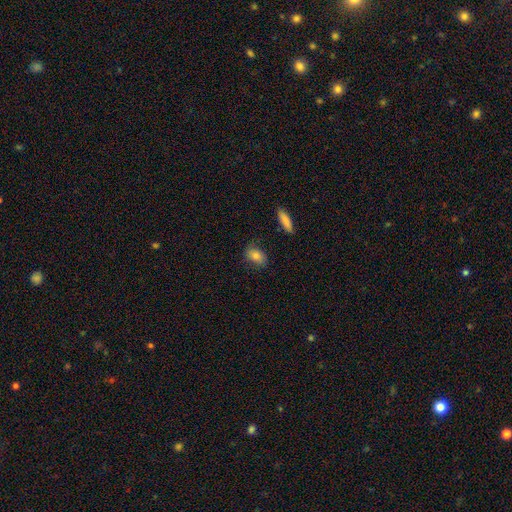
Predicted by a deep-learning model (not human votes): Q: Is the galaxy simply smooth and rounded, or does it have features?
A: smooth — 79%.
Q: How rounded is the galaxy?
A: in between — 84%.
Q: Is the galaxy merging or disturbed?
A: none — 77%.